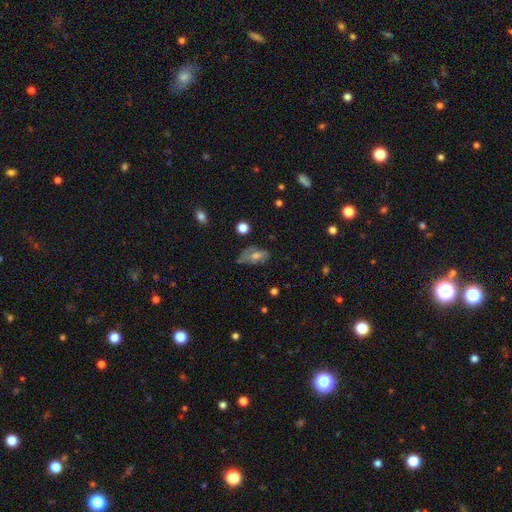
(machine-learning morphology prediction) Smooth or featured? Predicted: smooth (p=0.43). Merging? Predicted: none (p=0.53).